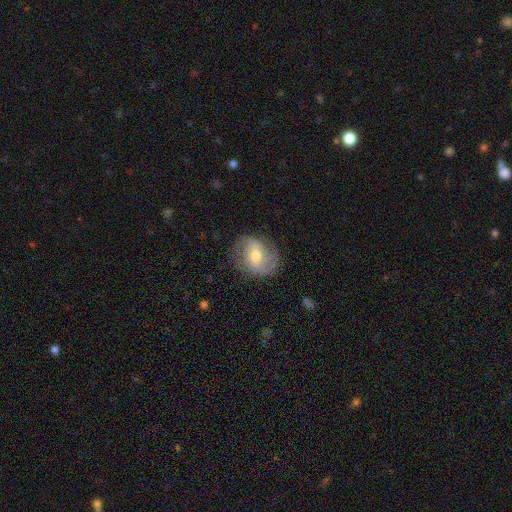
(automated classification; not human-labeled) The model was most divided on "bar": weak: 45%, no: 33%, strong: 21%. More confident: edge-on disk — no (96%); spiral arms — yes (80%); merging — none (75%); bulge size — moderate (65%); smooth or featured — featured or disk (59%).